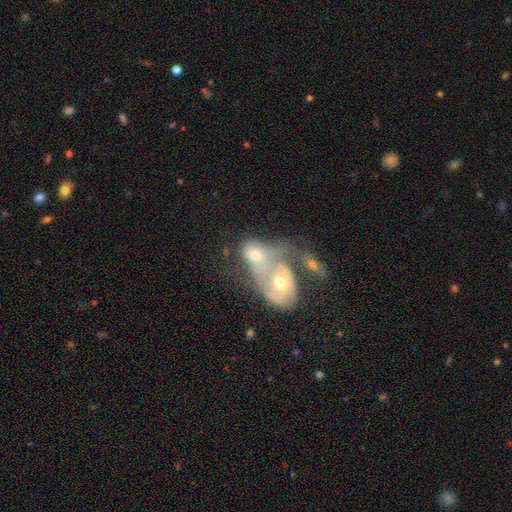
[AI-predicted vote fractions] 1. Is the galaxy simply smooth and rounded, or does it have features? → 55% featured or disk, 37% smooth, 8% star or artifact.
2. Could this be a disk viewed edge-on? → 95% no, 5% yes.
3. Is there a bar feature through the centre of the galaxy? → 71% no, 23% weak, 6% strong.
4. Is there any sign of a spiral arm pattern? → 67% yes, 33% no.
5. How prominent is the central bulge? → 61% moderate, 28% small, 7% large, 3% none, 2% dominant.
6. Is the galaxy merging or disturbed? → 75% merger, 10% none, 8% major disturbance, 6% minor disturbance.